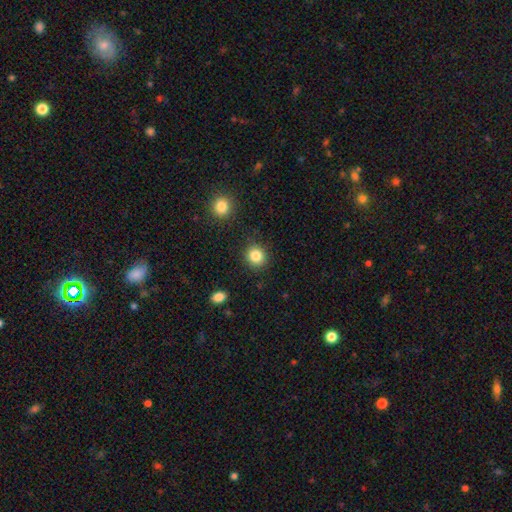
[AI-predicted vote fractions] Smooth or featured? Predicted: smooth (p=0.84). How rounded? Predicted: round (p=0.85). Merging? Predicted: none (p=0.89).